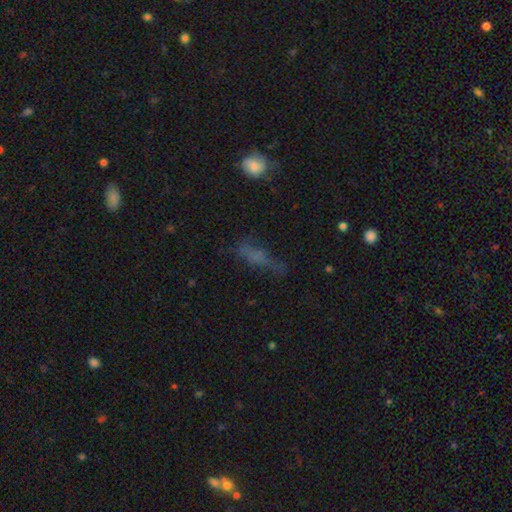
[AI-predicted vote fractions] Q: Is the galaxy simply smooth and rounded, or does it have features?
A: smooth — 49%.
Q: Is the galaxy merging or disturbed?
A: none — 53%.